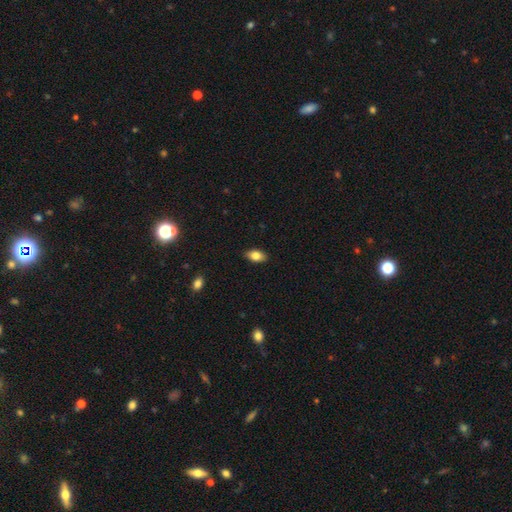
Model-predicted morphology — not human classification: smooth 81%, featured or disk 11%, star or artifact 8%. Down the decision tree: how rounded — in between (91%); merging — none (88%).